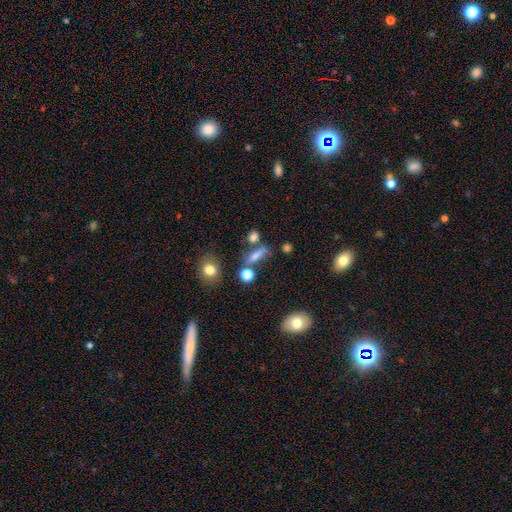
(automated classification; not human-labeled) Smooth or featured: smooth — 58% (featured or disk — 27%)
How rounded: cigar-shaped — 52% (in between — 32%)
Merging: none — 63% (minor disturbance — 15%)